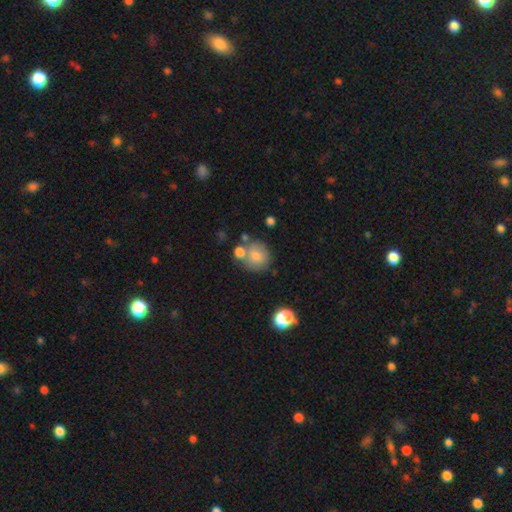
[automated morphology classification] Overall: smooth (77%). How rounded: round (84%). Merging: none (56%; merger 24%).